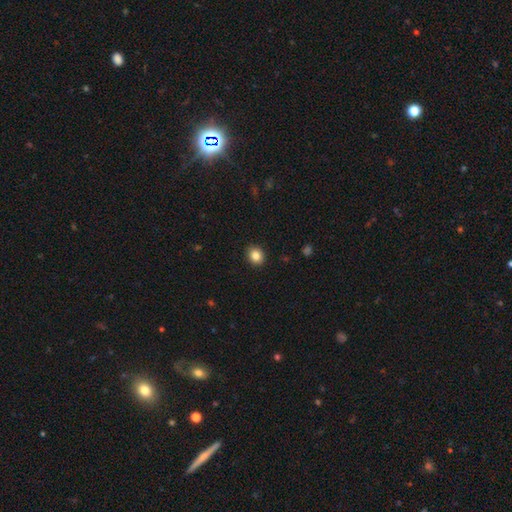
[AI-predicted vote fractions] A smooth galaxy with no disk features (85%) that is round (71%).

Vote fractions:
- Smooth or featured? smooth: 85% / star or artifact: 10% / featured or disk: 5%
- How rounded? round: 71% / in between: 28% / cigar-shaped: 1%
- Merging? none: 92% / minor disturbance: 6% / major disturbance: 2% / merger: 1%